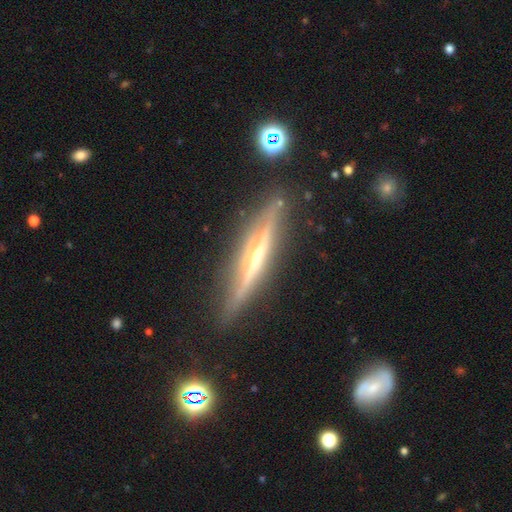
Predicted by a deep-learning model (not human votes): Q: Smooth or featured?
A: featured or disk (82%); runner-up: smooth (11%)
Q: Edge-on disk?
A: yes (97%); runner-up: no (3%)
Q: Edge-on bulge?
A: rounded (72%); runner-up: none (21%)
Q: Merging?
A: none (87%); runner-up: minor disturbance (9%)